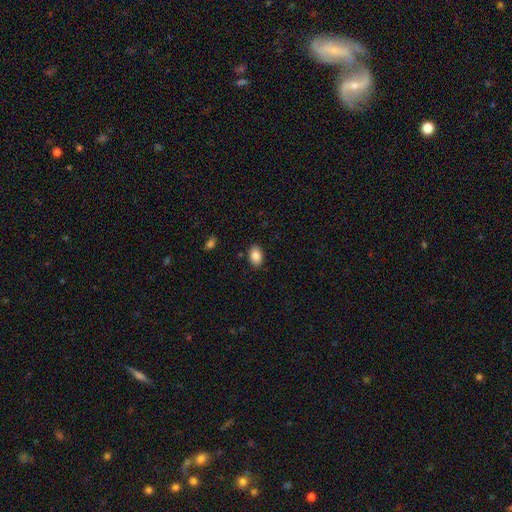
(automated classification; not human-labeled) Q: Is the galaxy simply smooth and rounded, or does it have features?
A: smooth — 87%.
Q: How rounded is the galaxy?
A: in between — 88%.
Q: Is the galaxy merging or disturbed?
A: none — 87%.